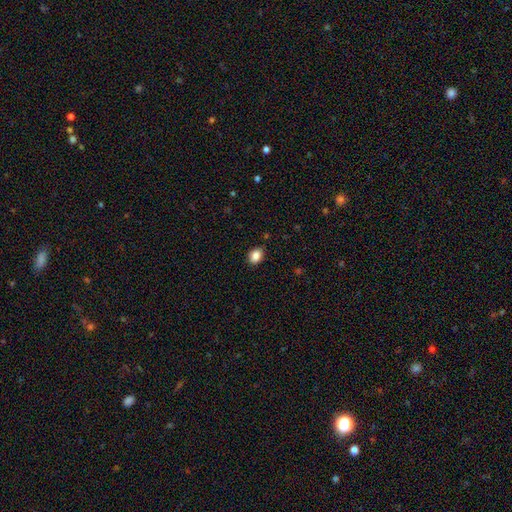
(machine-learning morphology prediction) Smooth or featured? Predicted: smooth (p=0.86). How rounded? Predicted: in between (p=0.67). Merging? Predicted: none (p=0.87).